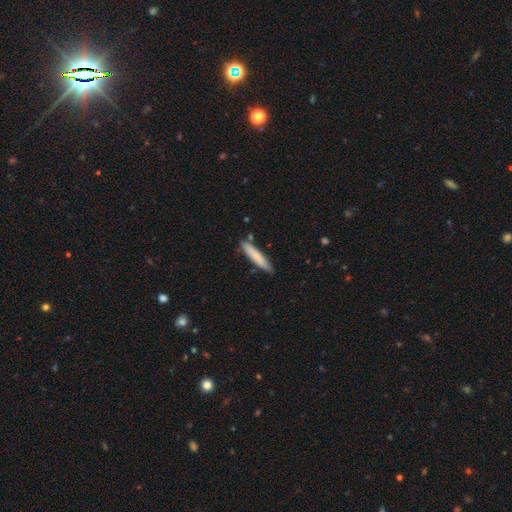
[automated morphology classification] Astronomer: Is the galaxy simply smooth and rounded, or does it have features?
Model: smooth — 79%.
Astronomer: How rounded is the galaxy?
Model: cigar-shaped — 90%.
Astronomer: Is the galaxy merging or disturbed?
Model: none — 83%.